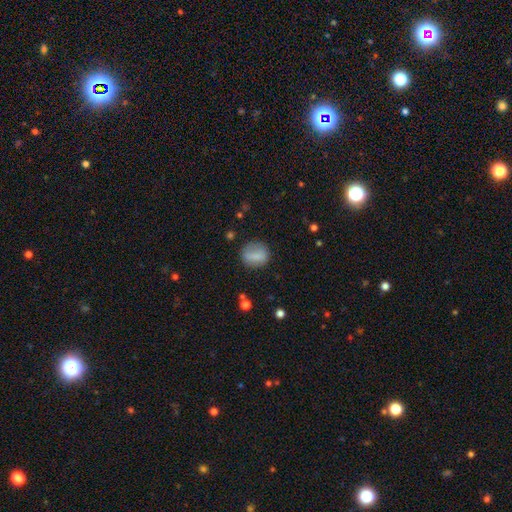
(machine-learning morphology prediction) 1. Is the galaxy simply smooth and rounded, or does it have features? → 76% smooth, 15% featured or disk, 9% star or artifact.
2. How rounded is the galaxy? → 65% round, 32% in between, 3% cigar-shaped.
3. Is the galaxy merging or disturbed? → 76% none, 16% minor disturbance, 6% major disturbance, 2% merger.